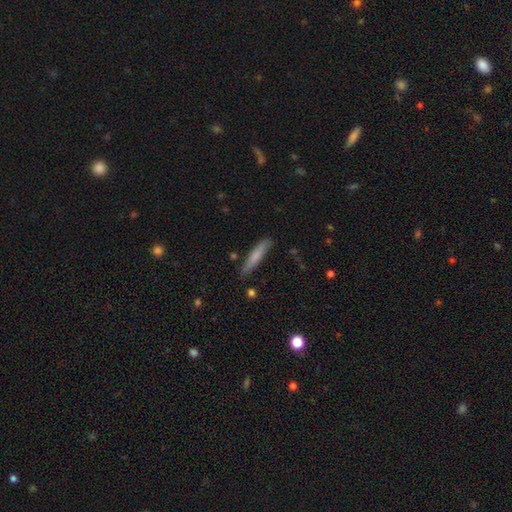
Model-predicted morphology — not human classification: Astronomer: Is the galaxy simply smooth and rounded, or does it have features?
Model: smooth — 74%.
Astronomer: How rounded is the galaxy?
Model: cigar-shaped — 90%.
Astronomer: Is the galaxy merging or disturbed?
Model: none — 82%.